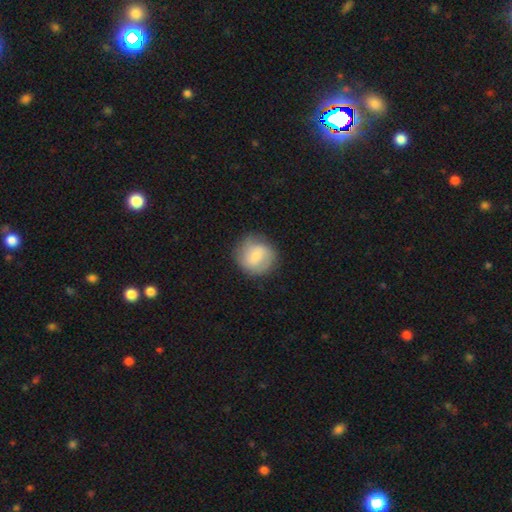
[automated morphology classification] Smooth or featured: smooth — 62% (featured or disk — 31%)
How rounded: round — 89% (in between — 10%)
Merging: none — 77% (minor disturbance — 16%)